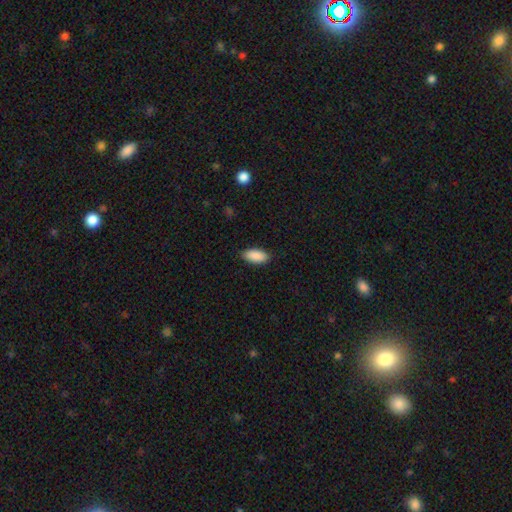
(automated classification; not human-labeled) Smooth or featured? smooth (91%)
How rounded? in between (91%)
Merging? none (88%)